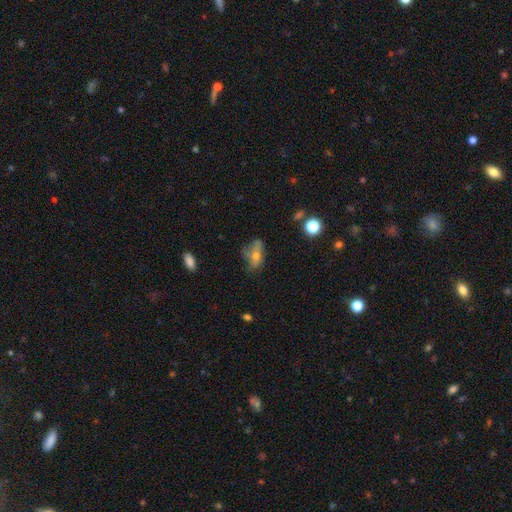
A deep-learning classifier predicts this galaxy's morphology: Smooth or featured?
  - smooth: 52% *
  - featured or disk: 36%
  - star or artifact: 13%
How rounded?
  - in between: 77% *
  - cigar-shaped: 13%
  - round: 10%
Merging?
  - none: 49% *
  - minor disturbance: 30%
  - major disturbance: 17%
  - merger: 4%